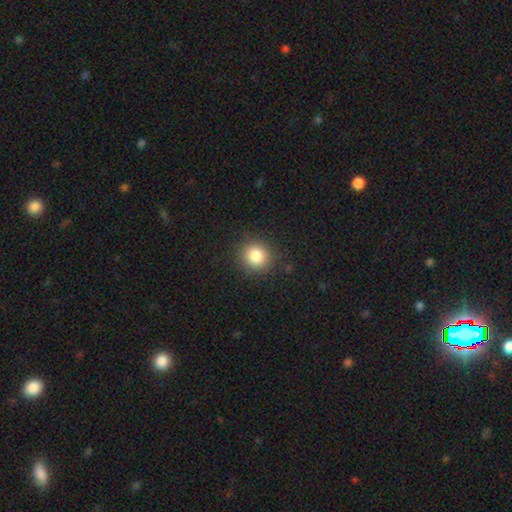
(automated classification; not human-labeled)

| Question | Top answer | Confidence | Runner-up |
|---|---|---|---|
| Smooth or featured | smooth | 84% | star or artifact (11%) |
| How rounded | round | 89% | in between (10%) |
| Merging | none | 89% | minor disturbance (7%) |